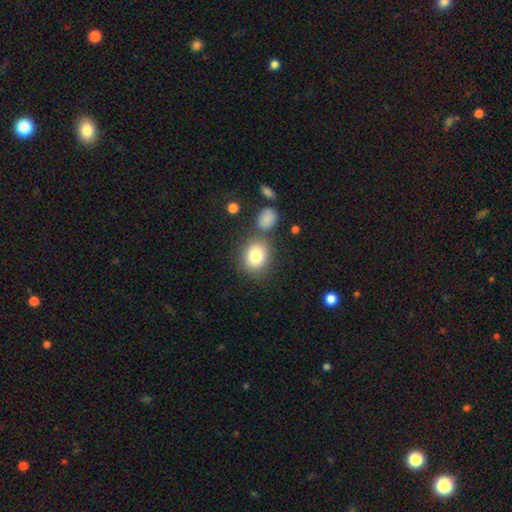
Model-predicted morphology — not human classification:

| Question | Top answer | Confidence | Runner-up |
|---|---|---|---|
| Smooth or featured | smooth | 81% | star or artifact (9%) |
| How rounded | round | 59% | in between (40%) |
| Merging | none | 70% | merger (13%) |